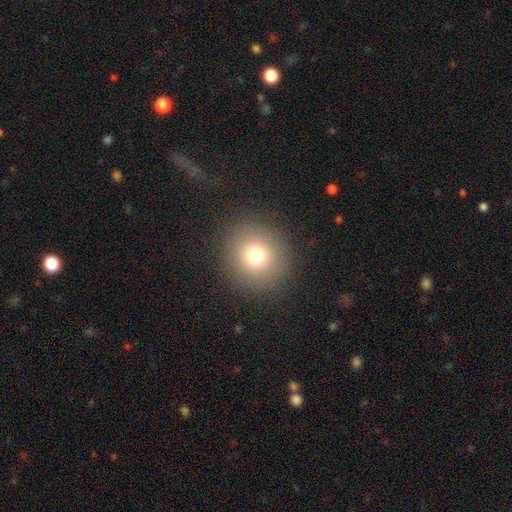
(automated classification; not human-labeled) The model was most divided on "smooth or featured": smooth: 74%, star or artifact: 16%, featured or disk: 10%. More confident: merging — none (90%); how rounded — round (90%).